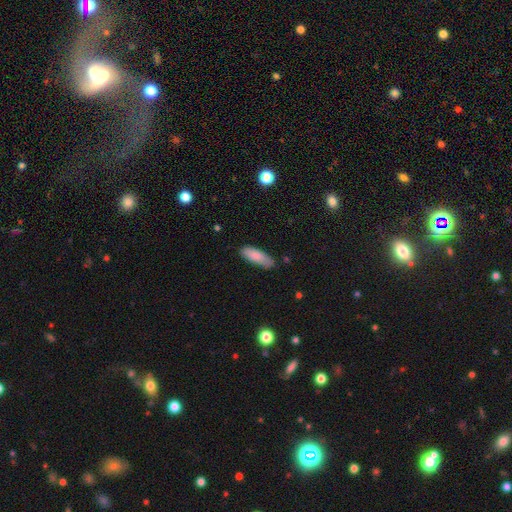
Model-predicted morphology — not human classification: type=smooth (85%); roundness=in between (58%); merging=none (78%).